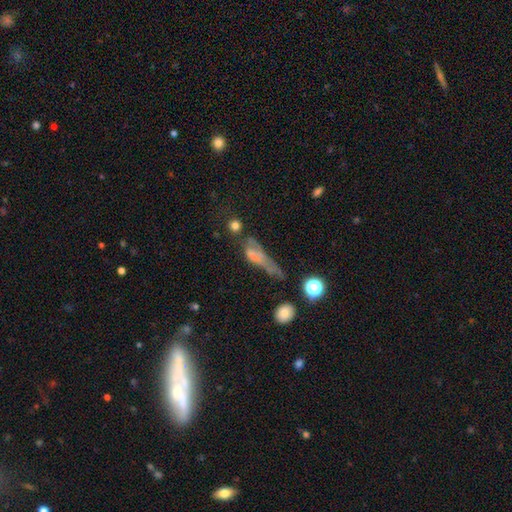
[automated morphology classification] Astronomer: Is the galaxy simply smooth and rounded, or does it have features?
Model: smooth — 49% (runner-up: featured or disk, 33%).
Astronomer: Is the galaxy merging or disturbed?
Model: major disturbance — 42% (runner-up: none, 22%).